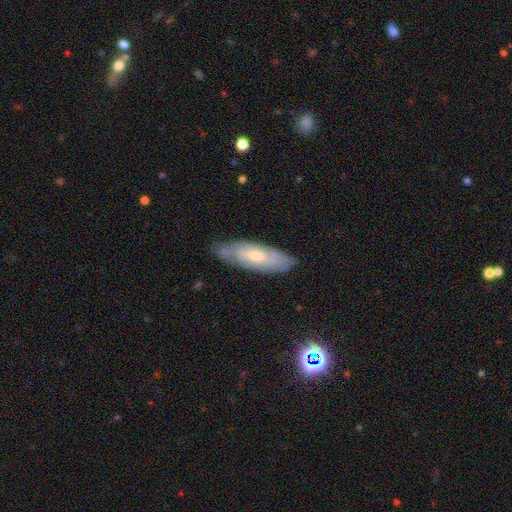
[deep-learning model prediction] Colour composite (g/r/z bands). It shows a featured or disk galaxy (61%). Merging: none (74%).